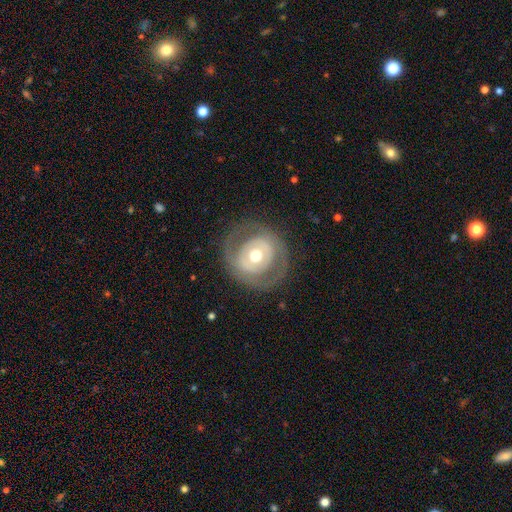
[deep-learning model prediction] This is possibly a featured or disk galaxy (55%). It is clearly not viewed edge-on (95%). Bar: likely no (77%). Spiral arm pattern: clearly no (82%). Central bulge: likely moderate (73%). Merging: likely none (79%).